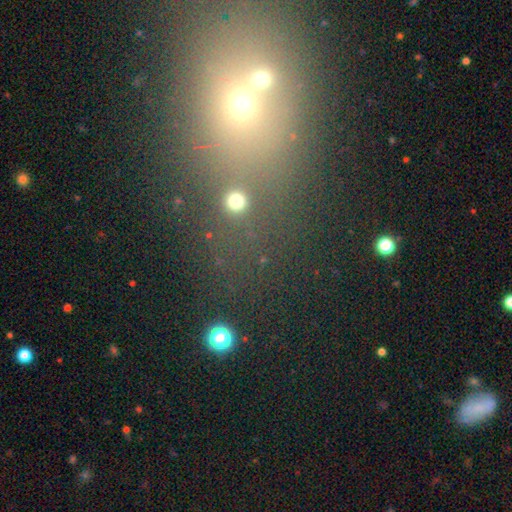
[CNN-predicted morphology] star or artifact 52%, smooth 35%, featured or disk 13%.